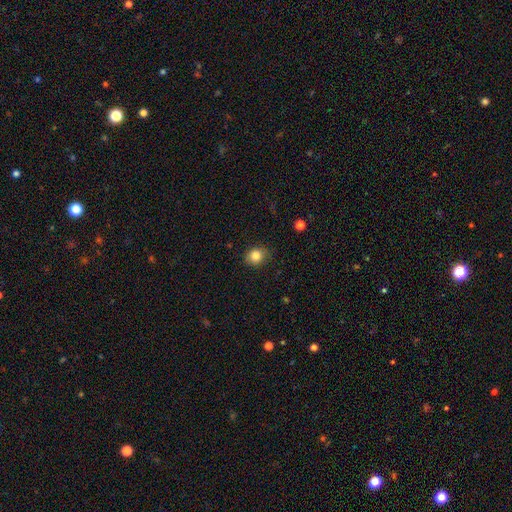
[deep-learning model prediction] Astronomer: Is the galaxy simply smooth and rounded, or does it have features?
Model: smooth — 84%.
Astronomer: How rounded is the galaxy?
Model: round — 69%.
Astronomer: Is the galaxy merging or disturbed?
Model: none — 84%.